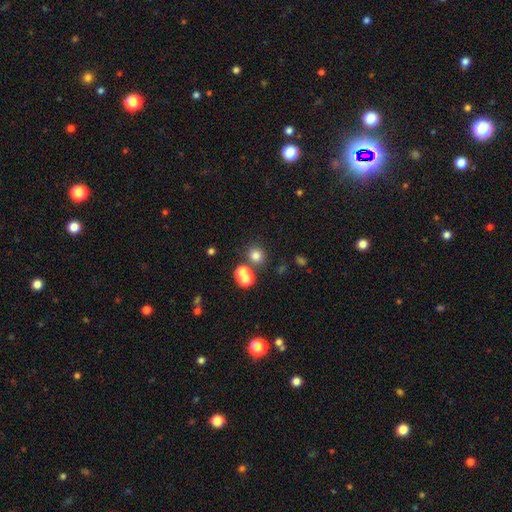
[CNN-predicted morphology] smooth_or_featured: smooth (p=0.74) [alt: star or artifact p=0.17]
how_rounded: round (p=0.87) [alt: in between p=0.12]
merging: none (p=0.65) [alt: merger p=0.24]